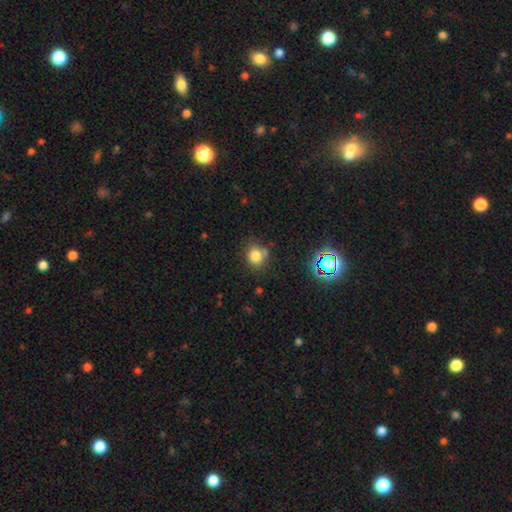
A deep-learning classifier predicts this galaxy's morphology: Smooth or featured: smooth — 79% (star or artifact — 15%)
How rounded: round — 75% (in between — 24%)
Merging: none — 71% (minor disturbance — 17%)